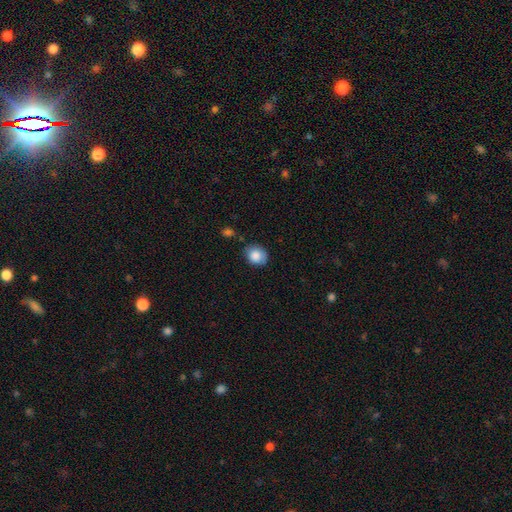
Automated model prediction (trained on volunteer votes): smooth-or-featured: smooth: 85% | star or artifact: 8% | featured or disk: 7%
  how-rounded: round: 67% | in between: 32% | cigar-shaped: 1%
  merging: none: 68% | minor disturbance: 24% | major disturbance: 5% | merger: 3%